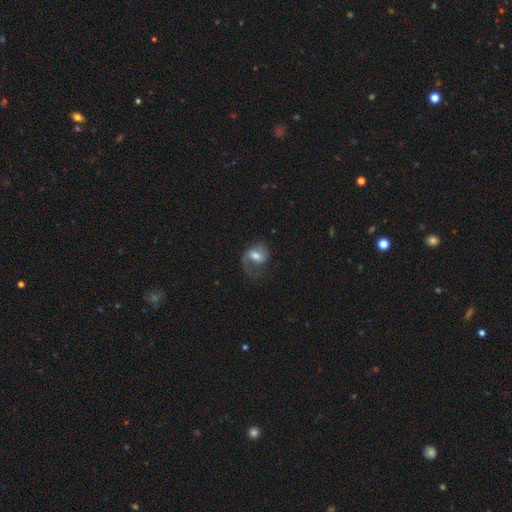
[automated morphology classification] smooth_or_featured: featured or disk (p=0.55) [alt: smooth p=0.37]
disk_edge_on: no (p=0.96) [alt: yes p=0.04]
bar: weak (p=0.47) [alt: no p=0.32]
has_spiral_arms: yes (p=0.84) [alt: no p=0.16]
bulge_size: moderate (p=0.54) [alt: large p=0.23]
merging: none (p=0.44) [alt: major disturbance p=0.31]